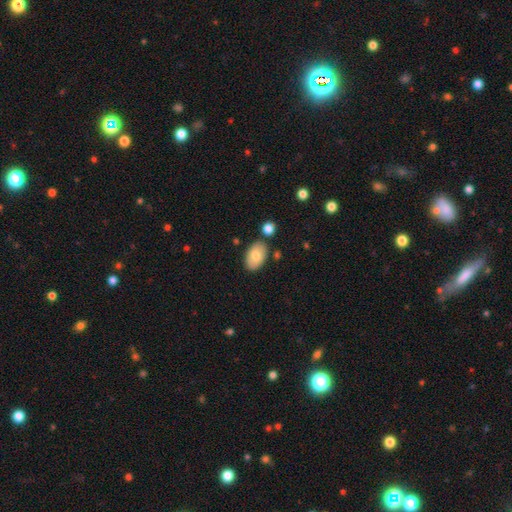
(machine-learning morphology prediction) A smooth galaxy with no disk features (77%) that is in between round and cigar-shaped (93%). Merging: none (79%).